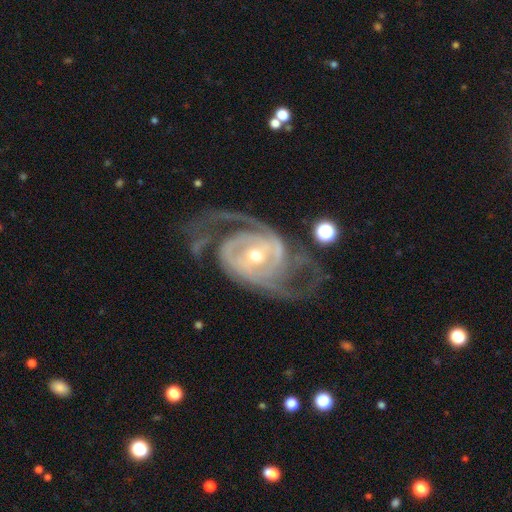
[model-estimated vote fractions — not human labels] Morphology: type=featured or disk (92%); edge-on=no (97%); bar=no (43%); spiral arms=yes (97%); winding=tight (45%); arm count=2 (64%); bulge=moderate (52%); merging=none (59%).